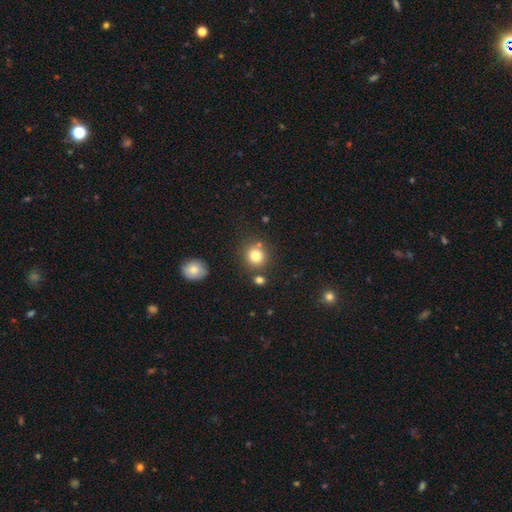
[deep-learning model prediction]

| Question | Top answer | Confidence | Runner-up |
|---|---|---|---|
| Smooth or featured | smooth | 80% | star or artifact (12%) |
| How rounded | round | 87% | in between (12%) |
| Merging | none | 77% | merger (10%) |